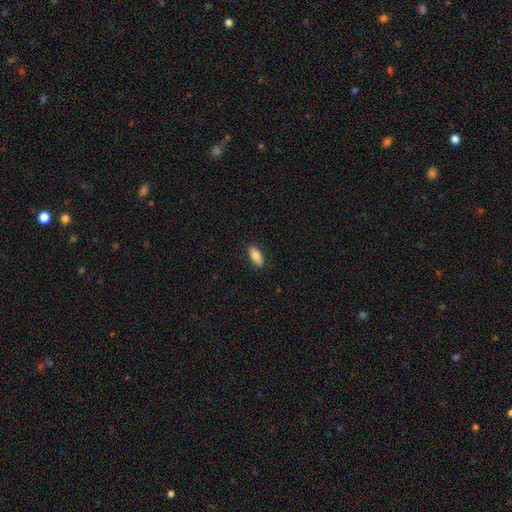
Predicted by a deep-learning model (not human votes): This appears to be a smooth galaxy with no disk features (82%) that is in between round and cigar-shaped (88%). Merging: none (88%).